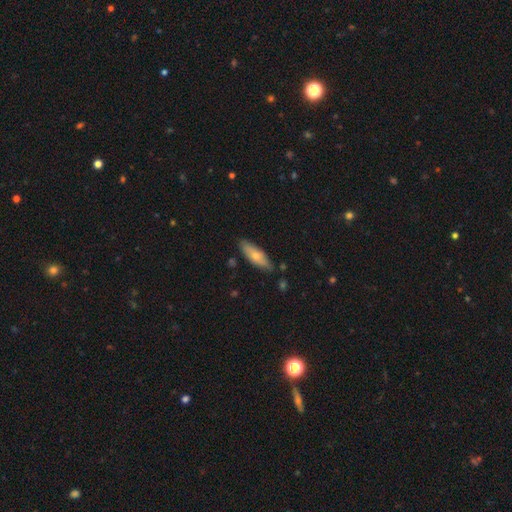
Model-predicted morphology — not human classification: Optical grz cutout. It shows a smooth galaxy with no disk features (67%) that is in between round and cigar-shaped (60%). Merging: none (79%).